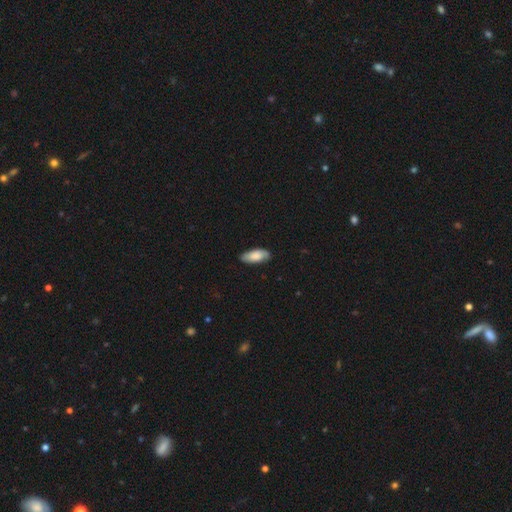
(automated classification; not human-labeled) Smooth or featured?
  - smooth: 77% *
  - featured or disk: 17%
  - star or artifact: 6%
How rounded?
  - in between: 84% *
  - cigar-shaped: 14%
  - round: 2%
Merging?
  - none: 82% *
  - minor disturbance: 15%
  - major disturbance: 2%
  - merger: 1%